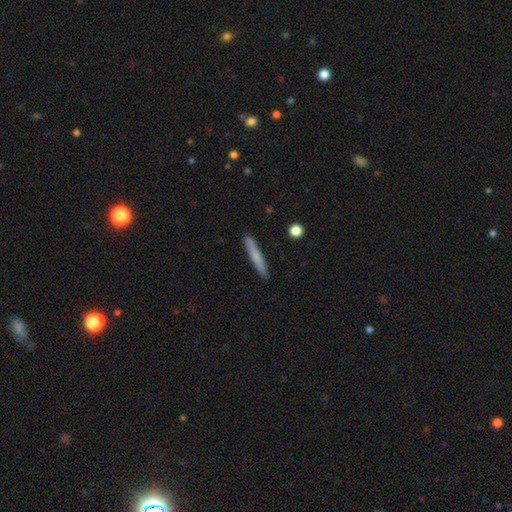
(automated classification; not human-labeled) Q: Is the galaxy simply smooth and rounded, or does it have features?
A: smooth — 71%.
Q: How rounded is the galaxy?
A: cigar-shaped — 95%.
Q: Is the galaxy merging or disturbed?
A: none — 90%.